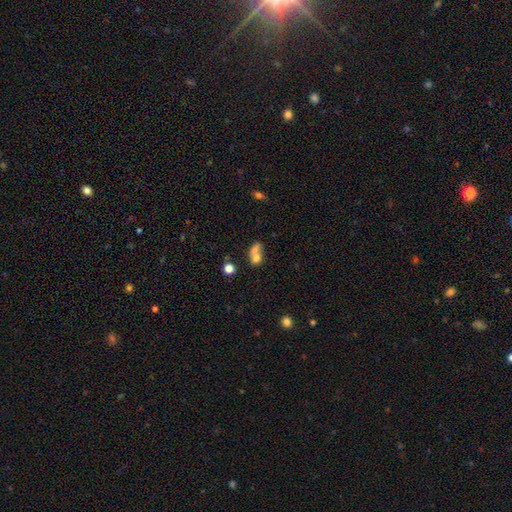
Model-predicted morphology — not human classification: A smooth galaxy with no disk features (68%) that is in between round and cigar-shaped (53%).

Vote fractions:
- Smooth or featured? smooth: 68% / featured or disk: 19% / star or artifact: 12%
- How rounded? in between: 53% / round: 44% / cigar-shaped: 3%
- Merging? merger: 62% / none: 22% / minor disturbance: 8% / major disturbance: 7%